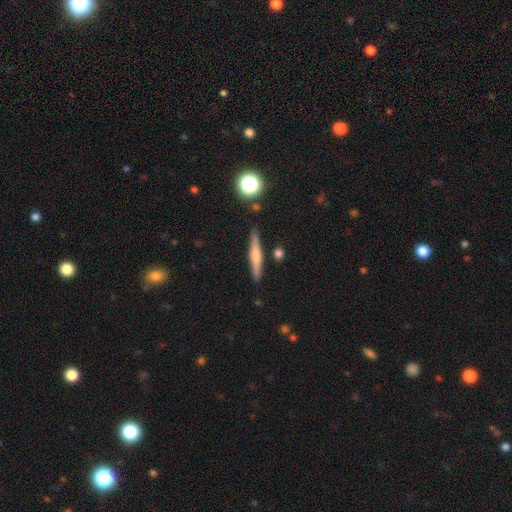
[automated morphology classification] smooth 50%, featured or disk 43%, star or artifact 7%. Down the decision tree: how rounded — cigar-shaped (91%); merging — none (87%).